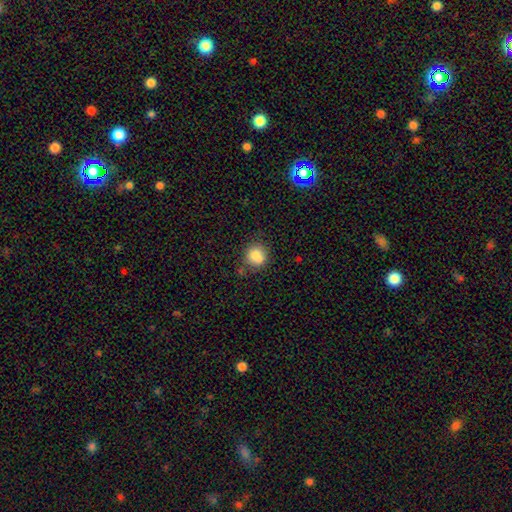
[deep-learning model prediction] Smooth or featured? Predicted: smooth (p=0.80). How rounded? Predicted: round (p=0.82). Merging? Predicted: none (p=0.67).